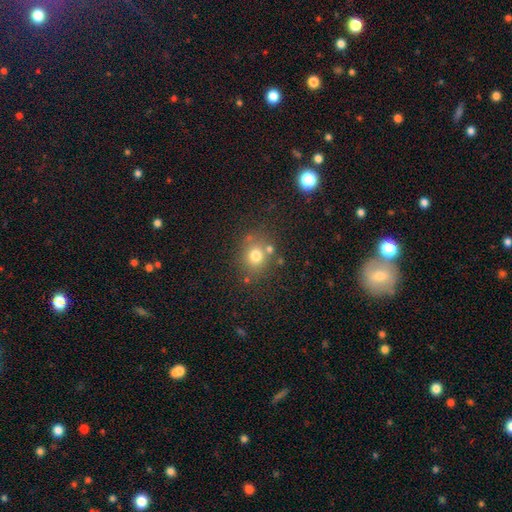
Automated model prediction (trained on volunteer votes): smooth 74%, star or artifact 15%, featured or disk 11%. Down the decision tree: how rounded — round (76%); merging — none (73%).